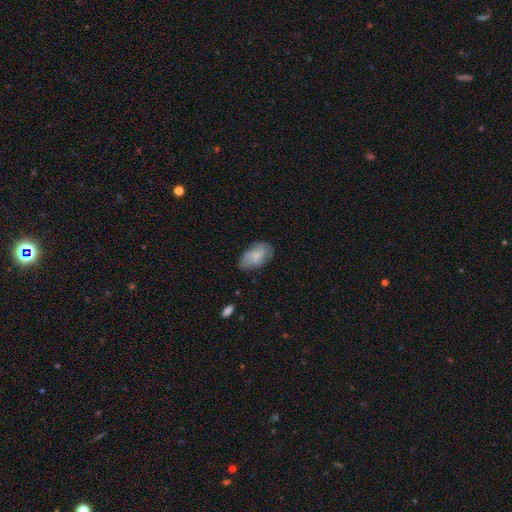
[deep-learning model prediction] A smooth galaxy with no disk features (74%) that is in between round and cigar-shaped (92%). Merging: none (64%).